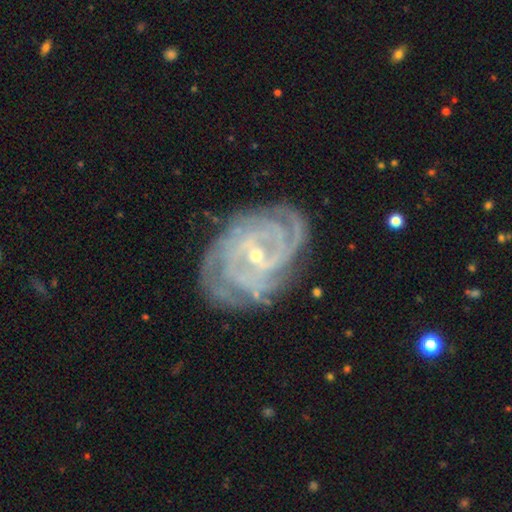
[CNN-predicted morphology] type=featured or disk (90%); edge-on=no (97%); bar=weak (42%); spiral arms=yes (98%); winding=tight (77%); arm count=4 (24%, tied with can't tell); bulge=small (72%); merging=none (76%).